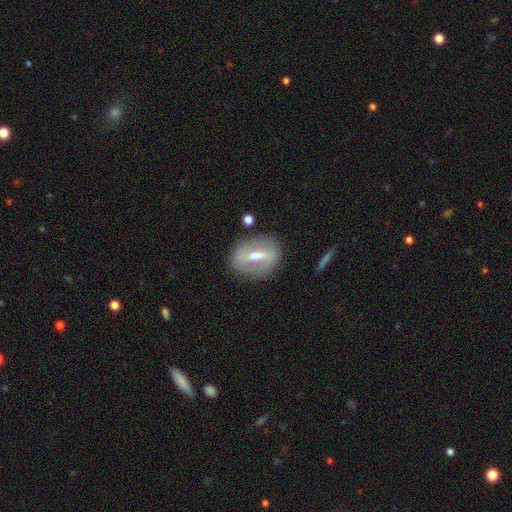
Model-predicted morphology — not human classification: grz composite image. It shows a featured or disk galaxy (59%). Merging: none (79%).